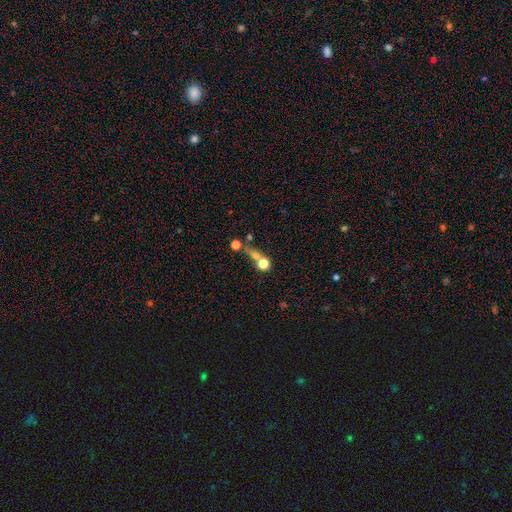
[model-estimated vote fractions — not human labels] Morphology: type=smooth (51%); roundness=round (69%); merging=none (45%).